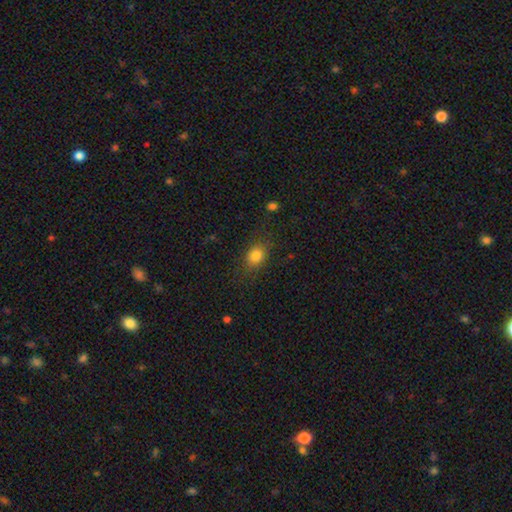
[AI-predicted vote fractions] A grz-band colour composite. It shows a smooth galaxy with no disk features (81%) that is in between round and cigar-shaped (60%). Merging: none (78%).